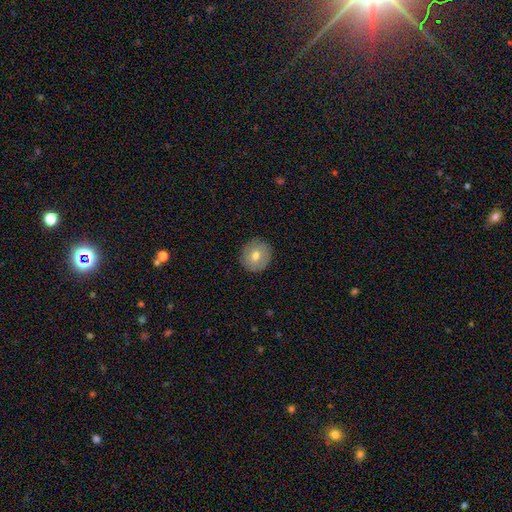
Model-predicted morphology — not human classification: A smooth galaxy with no disk features (70%) that is round (92%). Merging: none (90%).